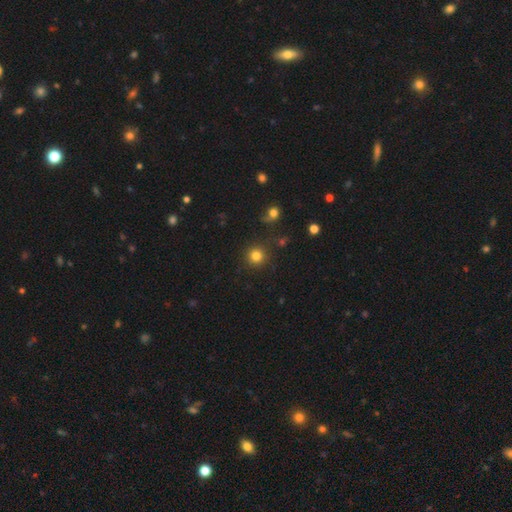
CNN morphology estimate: Smooth or featured: smooth — 82% (star or artifact — 13%)
How rounded: round — 94% (in between — 5%)
Merging: none — 88% (minor disturbance — 6%)